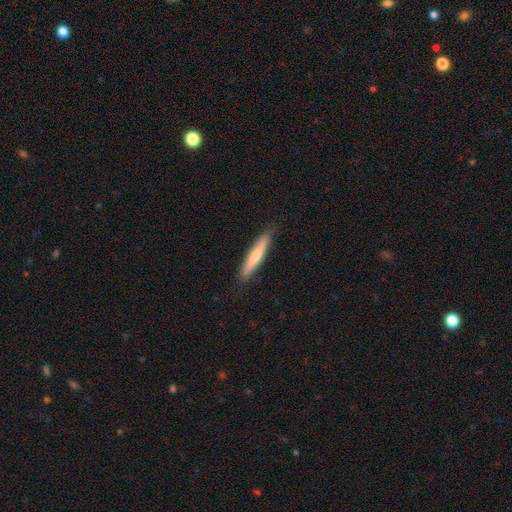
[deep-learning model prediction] A smooth galaxy with no disk features (65%) that is cigar-shaped (93%). Merging: none (88%).